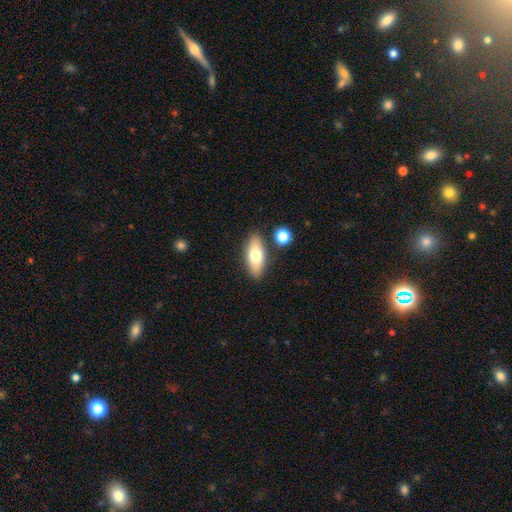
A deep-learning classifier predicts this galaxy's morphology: The model was most divided on "smooth or featured": smooth: 70%, featured or disk: 24%, star or artifact: 7%. More confident: merging — none (82%); how rounded — in between (78%).